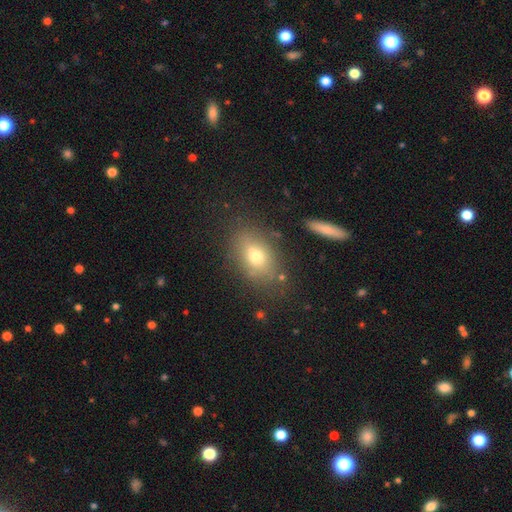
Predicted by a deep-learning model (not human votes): A smooth galaxy with no disk features (70%) that is in between round and cigar-shaped (78%). Merging: none (76%).